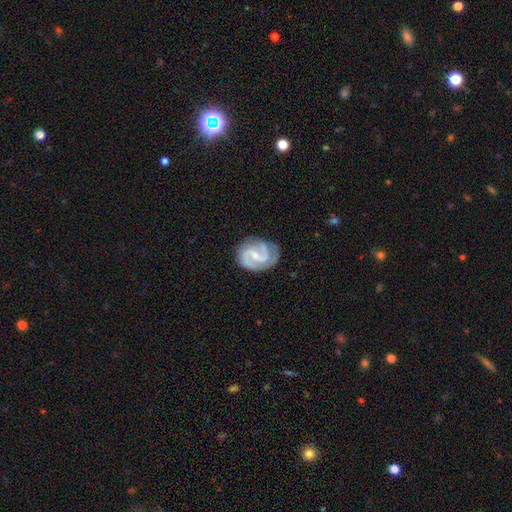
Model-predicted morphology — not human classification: A featured or disk galaxy (88%) with a weak bar (54%), 2 (86%) medium (53%) spiral arms (97%) and a small central bulge (63%). Merging: none (74%).